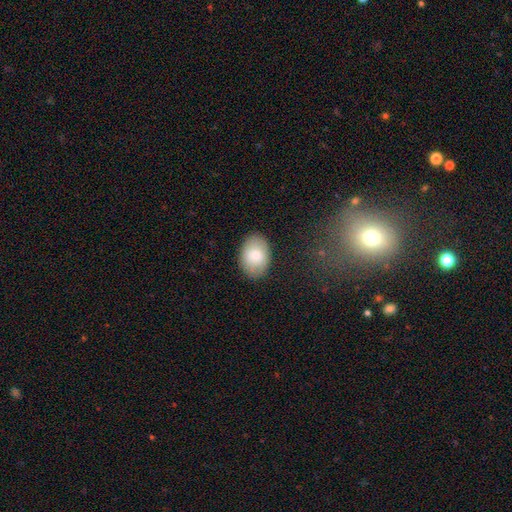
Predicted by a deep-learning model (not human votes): This appears to be a smooth galaxy with no disk features (79%) that is in between round and cigar-shaped (80%). Merging: none (86%).